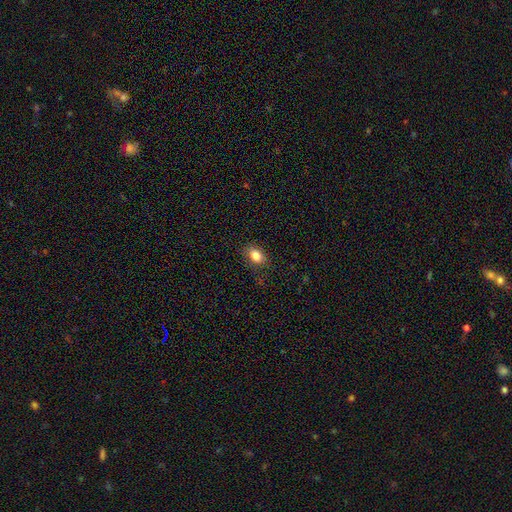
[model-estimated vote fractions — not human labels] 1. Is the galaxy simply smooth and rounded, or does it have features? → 84% smooth, 9% star or artifact, 7% featured or disk.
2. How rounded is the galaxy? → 84% in between, 14% round, 2% cigar-shaped.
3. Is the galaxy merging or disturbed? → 82% none, 14% minor disturbance, 4% major disturbance, 1% merger.